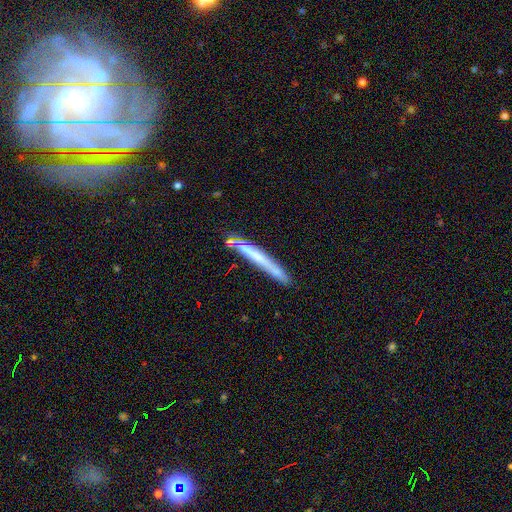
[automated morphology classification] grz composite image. It shows a smooth galaxy with no disk features (54%) that is cigar-shaped (96%). Merging: none (77%).